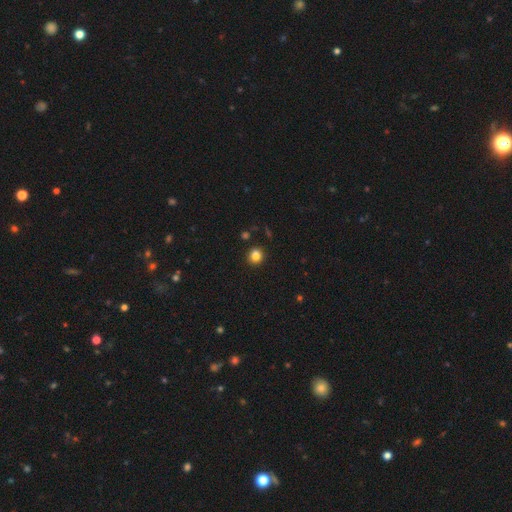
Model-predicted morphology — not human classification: Overall: smooth (84%). How rounded: round (85%). Merging: none (90%).